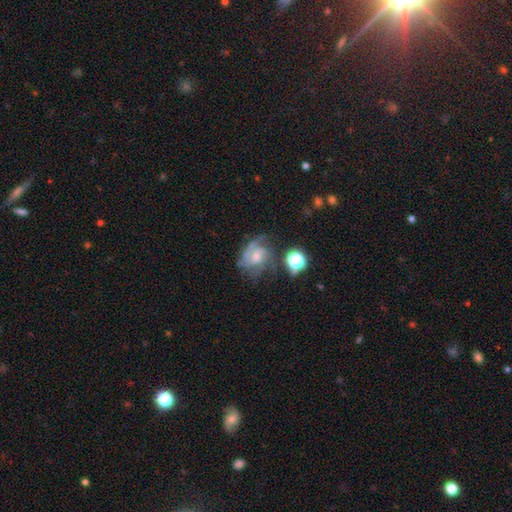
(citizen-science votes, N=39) Smooth or featured?
  - featured or disk: 67% *
  - smooth: 23%
  - star or artifact: 10%
Edge-on disk?
  - no: 100% *
  - yes: 0%
Bar?
  - no: 65% *
  - weak: 27%
  - strong: 8%
Spiral arms?
  - yes: 85% *
  - no: 15%
Spiral winding?
  - medium: 55% *
  - tight: 32%
  - loose: 14%
Spiral arm count?
  - 3: 27% * (tied)
  - can't tell: 27% * (tied)
  - 4: 18%
  - 1: 14%
  - 2: 14%
  - more than 4: 0%
Bulge size?
  - moderate: 50% *
  - small: 23%
  - none: 23%
  - large: 4%
  - dominant: 0%
Merging?
  - none: 40% *
  - major disturbance: 37%
  - minor disturbance: 17%
  - merger: 6%